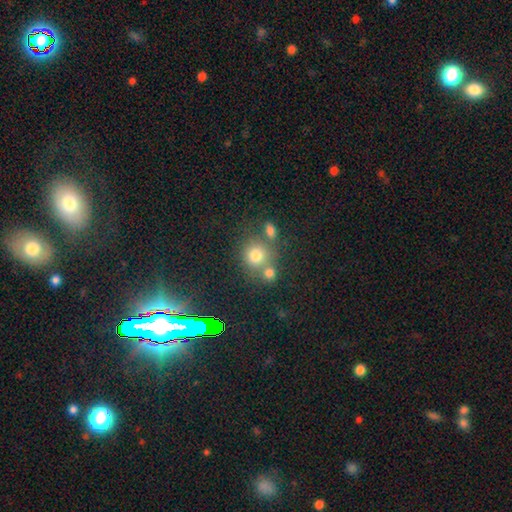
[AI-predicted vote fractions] Smooth or featured? smooth (75%)
How rounded? round (84%)
Merging? none (55%)